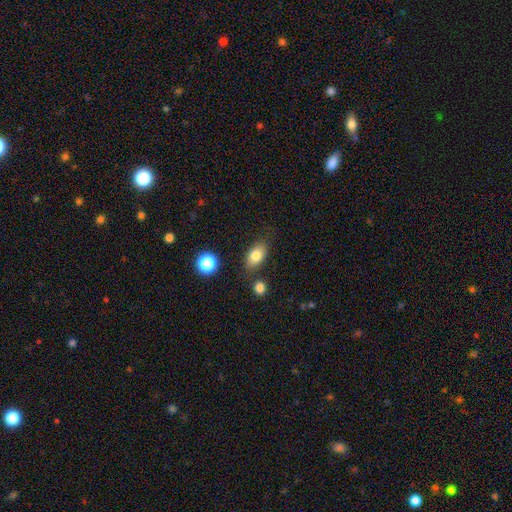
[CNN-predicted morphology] smooth-or-featured: smooth: 80% | featured or disk: 11% | star or artifact: 9%
  how-rounded: in between: 86% | round: 10% | cigar-shaped: 3%
  merging: none: 78% | minor disturbance: 13% | merger: 5% | major disturbance: 3%